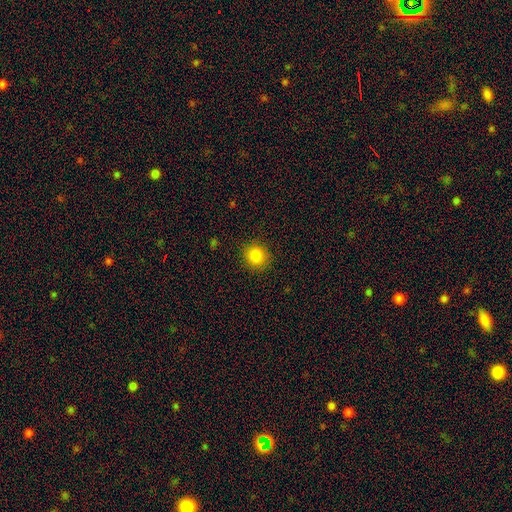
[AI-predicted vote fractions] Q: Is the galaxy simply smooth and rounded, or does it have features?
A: smooth — 84%.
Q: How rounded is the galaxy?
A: round — 89%.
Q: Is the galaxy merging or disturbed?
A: none — 90%.